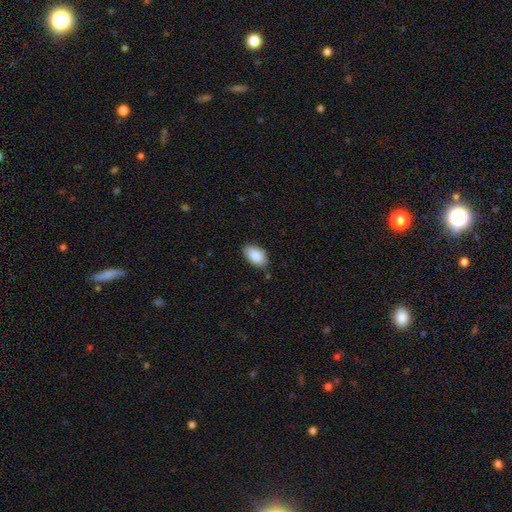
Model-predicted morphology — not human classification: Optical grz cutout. It shows a smooth galaxy with no disk features (87%) that is in between round and cigar-shaped (94%). Merging: none (83%).